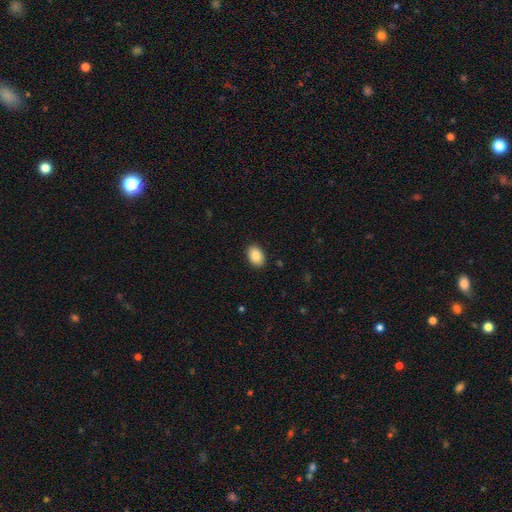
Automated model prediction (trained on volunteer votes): smooth 88%, star or artifact 7%, featured or disk 5%. Down the decision tree: how rounded — in between (83%); merging — none (89%).